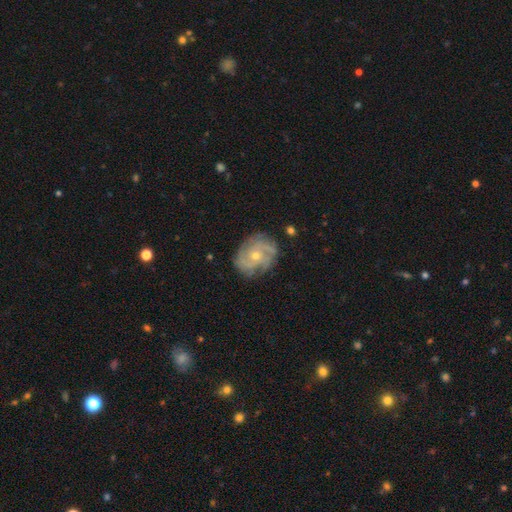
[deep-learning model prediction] Q: Smooth or featured?
A: featured or disk (81%); runner-up: smooth (11%)
Q: Edge-on disk?
A: no (97%); runner-up: yes (3%)
Q: Bar?
A: no (75%); runner-up: weak (21%)
Q: Spiral arms?
A: yes (94%); runner-up: no (6%)
Q: Spiral winding?
A: tight (59%); runner-up: medium (32%)
Q: Spiral arm count?
A: 3 (29%); runner-up: can't tell (25%)
Q: Bulge size?
A: small (58%); runner-up: moderate (39%)
Q: Merging?
A: none (79%); runner-up: minor disturbance (15%)